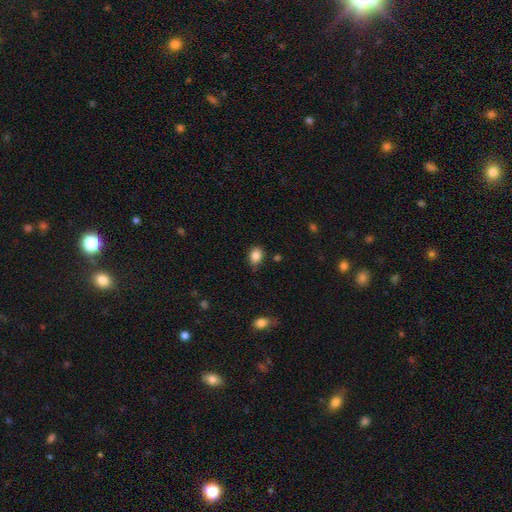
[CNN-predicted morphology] smooth-or-featured: smooth: 86% | star or artifact: 9% | featured or disk: 5%
  how-rounded: in between: 60% | round: 39% | cigar-shaped: 1%
  merging: none: 76% | minor disturbance: 19% | major disturbance: 3% | merger: 2%